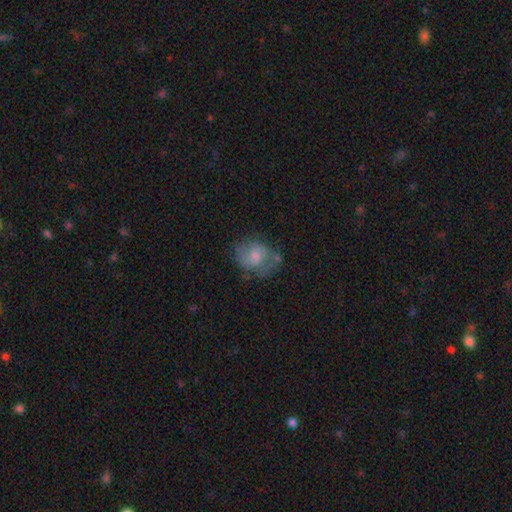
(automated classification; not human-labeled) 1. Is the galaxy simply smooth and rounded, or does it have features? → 47% smooth, 43% featured or disk, 9% star or artifact.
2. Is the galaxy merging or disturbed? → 52% none, 26% minor disturbance, 16% major disturbance, 6% merger.